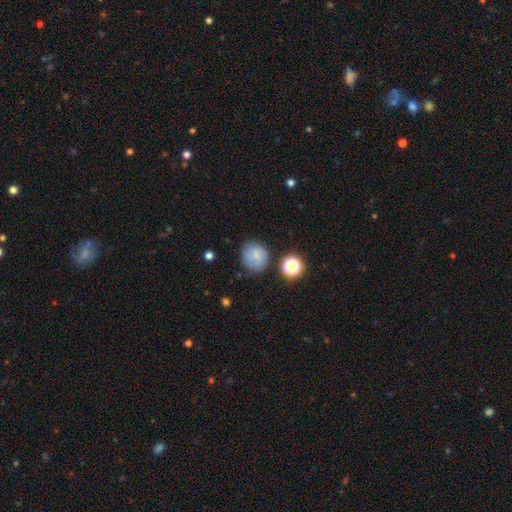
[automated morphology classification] Smooth or featured?
  - smooth: 72% *
  - featured or disk: 15%
  - star or artifact: 13%
How rounded?
  - round: 83% *
  - in between: 16%
  - cigar-shaped: 1%
Merging?
  - none: 67% *
  - minor disturbance: 20%
  - major disturbance: 7%
  - merger: 6%